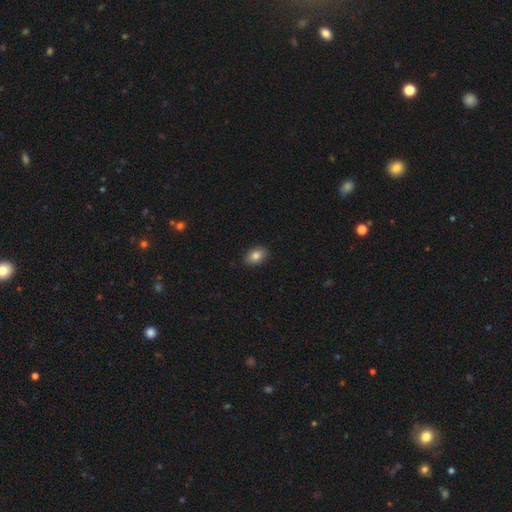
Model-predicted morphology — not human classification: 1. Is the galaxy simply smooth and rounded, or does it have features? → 84% smooth, 8% star or artifact, 7% featured or disk.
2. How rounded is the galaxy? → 85% in between, 14% round, 1% cigar-shaped.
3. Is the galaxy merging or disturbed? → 89% none, 9% minor disturbance, 2% major disturbance, 1% merger.